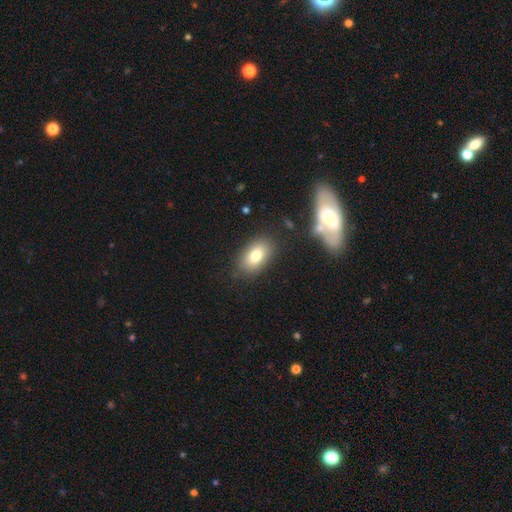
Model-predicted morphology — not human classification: Smooth or featured?
  - smooth: 78% *
  - featured or disk: 12%
  - star or artifact: 9%
How rounded?
  - in between: 88% *
  - round: 11%
  - cigar-shaped: 2%
Merging?
  - none: 83% *
  - minor disturbance: 11%
  - major disturbance: 4%
  - merger: 2%